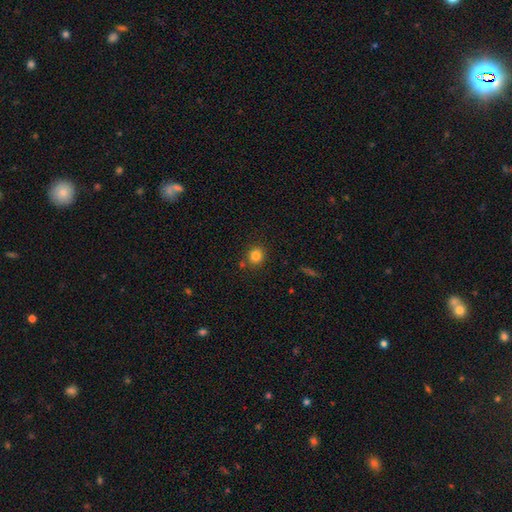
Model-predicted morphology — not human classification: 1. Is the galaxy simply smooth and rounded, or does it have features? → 83% smooth, 11% star or artifact, 5% featured or disk.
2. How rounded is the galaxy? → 86% round, 13% in between, 1% cigar-shaped.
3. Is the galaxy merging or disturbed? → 80% none, 10% minor disturbance, 7% merger, 3% major disturbance.